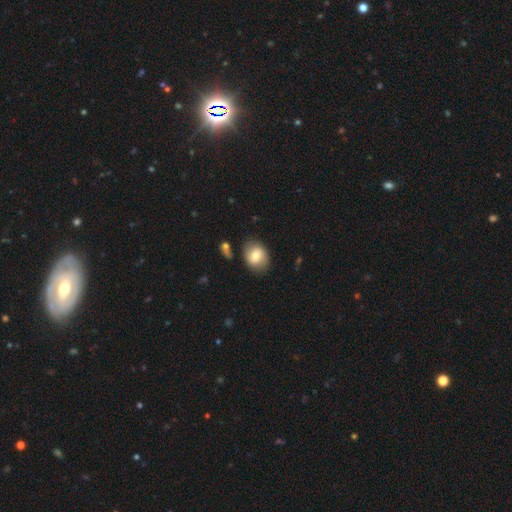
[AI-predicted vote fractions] Smooth or featured?
  - smooth: 71% *
  - featured or disk: 21%
  - star or artifact: 8%
How rounded?
  - in between: 55% *
  - round: 44%
  - cigar-shaped: 1%
Merging?
  - none: 76% *
  - minor disturbance: 15%
  - merger: 4%
  - major disturbance: 4%